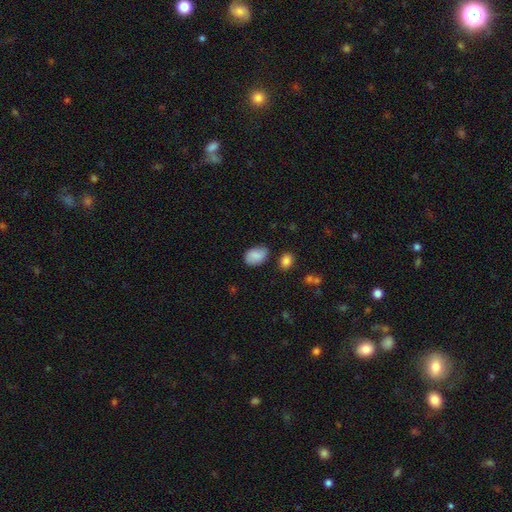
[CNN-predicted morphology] A smooth galaxy with no disk features (84%) that is in between round and cigar-shaped (84%). Merging: none (70%).